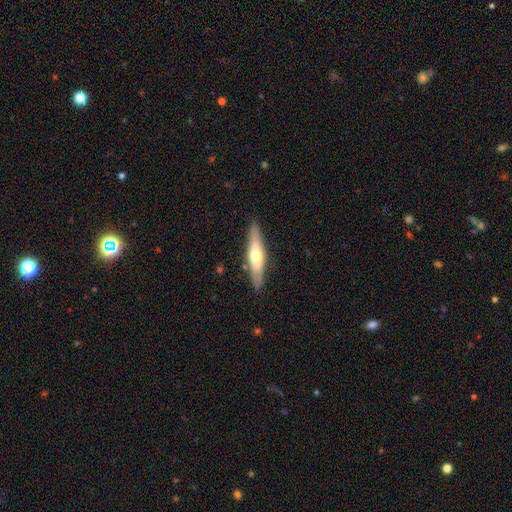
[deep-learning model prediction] The model was most divided on "smooth or featured": featured or disk: 48%, smooth: 47%, star or artifact: 5%. More confident: merging — none (87%).